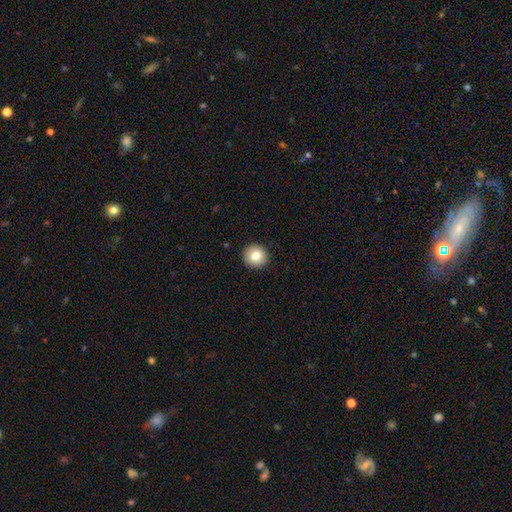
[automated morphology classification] Q: Smooth or featured?
A: smooth (81%); runner-up: featured or disk (10%)
Q: How rounded?
A: round (93%); runner-up: in between (6%)
Q: Merging?
A: none (92%); runner-up: minor disturbance (6%)